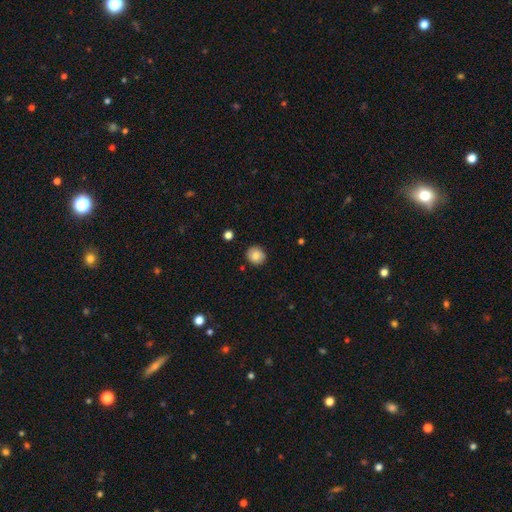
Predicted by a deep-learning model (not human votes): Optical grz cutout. It shows a smooth galaxy with no disk features (81%) that is round (84%). Merging: none (87%).